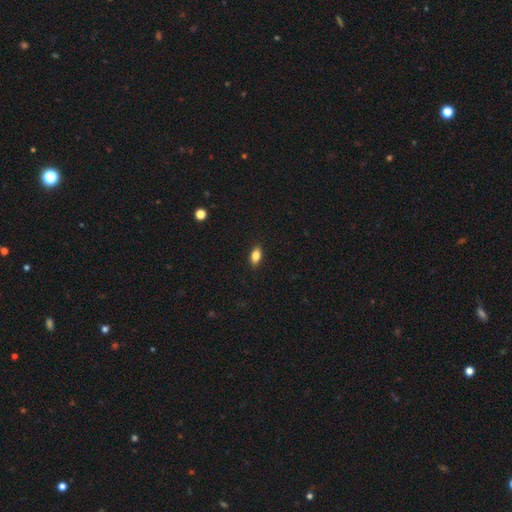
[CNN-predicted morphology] Smooth or featured? Predicted: smooth (p=0.81). How rounded? Predicted: in between (p=0.85). Merging? Predicted: none (p=0.89).